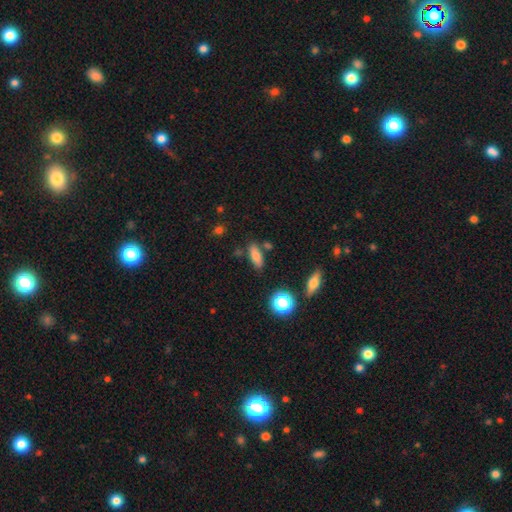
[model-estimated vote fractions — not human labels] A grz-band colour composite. It shows a smooth galaxy with no disk features (75%) that is in between round and cigar-shaped (66%). Merging: none (74%).